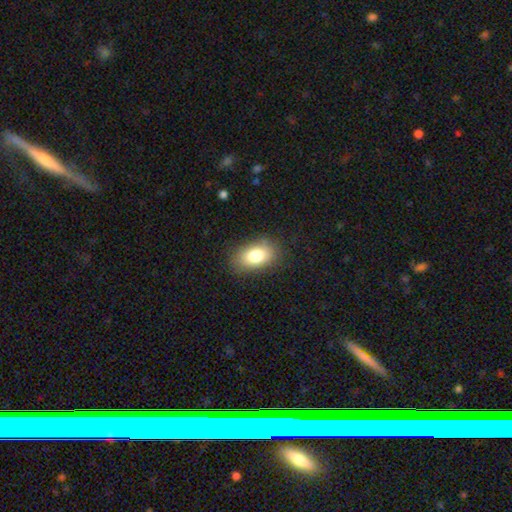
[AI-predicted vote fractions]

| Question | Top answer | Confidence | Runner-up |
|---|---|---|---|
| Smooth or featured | smooth | 81% | featured or disk (10%) |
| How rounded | in between | 89% | round (10%) |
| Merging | none | 84% | minor disturbance (11%) |